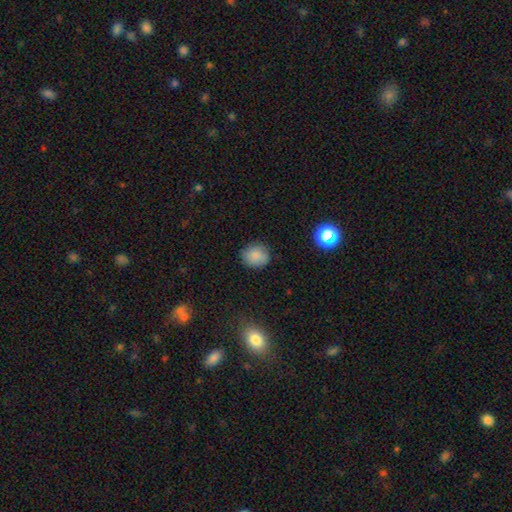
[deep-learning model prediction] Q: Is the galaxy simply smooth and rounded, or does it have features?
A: smooth — 84%.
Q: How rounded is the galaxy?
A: round — 77%.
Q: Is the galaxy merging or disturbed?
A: none — 84%.